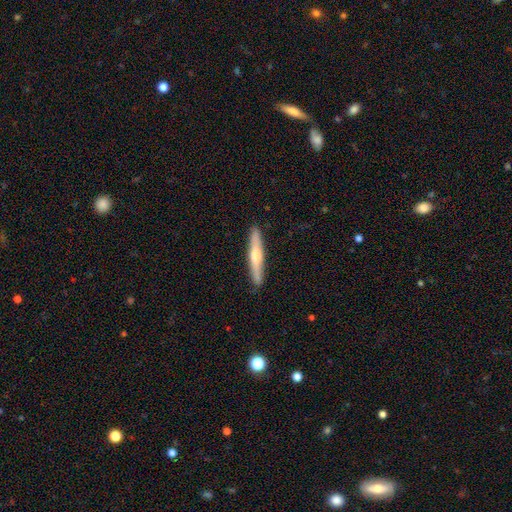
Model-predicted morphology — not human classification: The model was most divided on "smooth or featured": featured or disk: 49%, smooth: 46%, star or artifact: 5%. More confident: merging — none (91%).